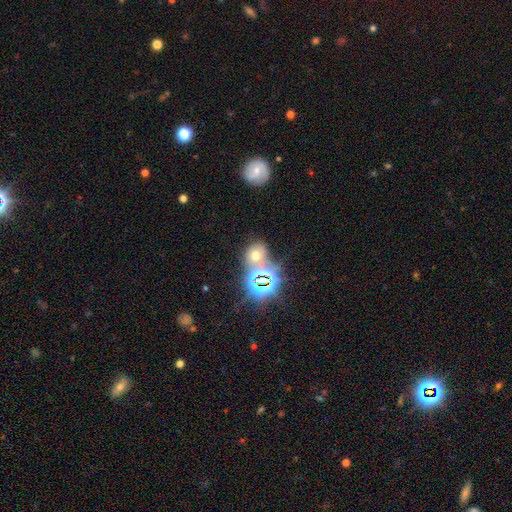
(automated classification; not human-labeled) Smooth or featured?
  - smooth: 44% *
  - star or artifact: 43%
  - featured or disk: 13%
Merging?
  - none: 52% *
  - merger: 28%
  - minor disturbance: 12%
  - major disturbance: 8%